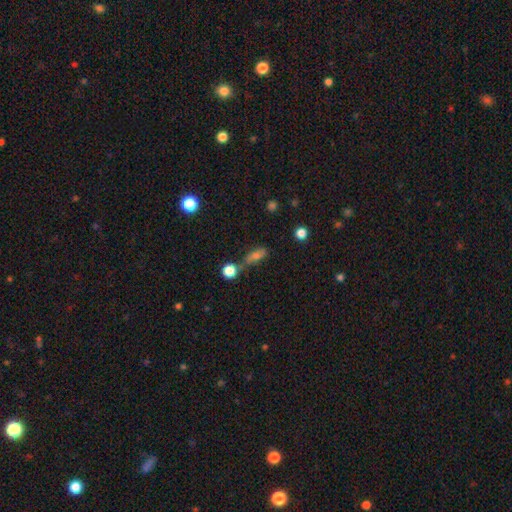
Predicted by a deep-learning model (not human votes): The model was most divided on "merging": none: 51%, minor disturbance: 21%, merger: 17%, major disturbance: 10%. More confident: smooth or featured — smooth (64%); how rounded — in between (60%).